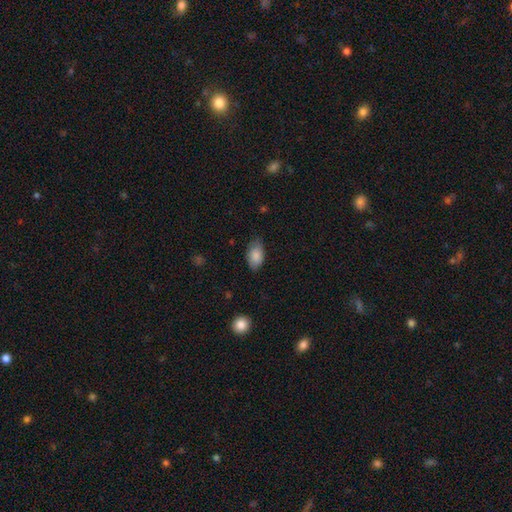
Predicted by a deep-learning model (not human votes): Q: Smooth or featured?
A: smooth (86%); runner-up: featured or disk (7%)
Q: How rounded?
A: in between (93%); runner-up: round (5%)
Q: Merging?
A: none (73%); runner-up: minor disturbance (22%)